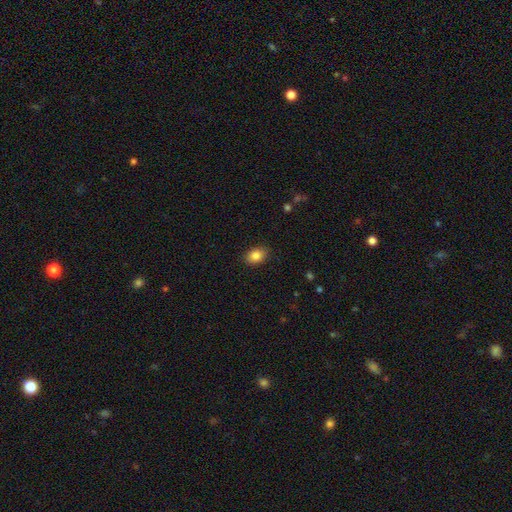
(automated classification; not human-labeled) This is clearly a smooth galaxy (85%). How rounded: likely in between (76%). Merging: clearly none (87%).